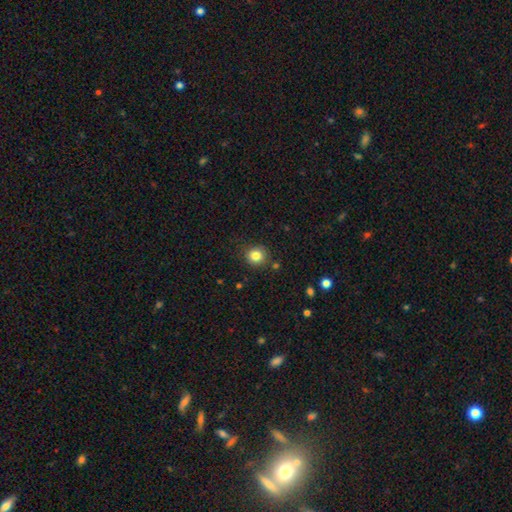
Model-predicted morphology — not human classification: The model was most divided on "smooth or featured": smooth: 83%, star or artifact: 11%, featured or disk: 5%. More confident: how rounded — round (87%); merging — none (85%).